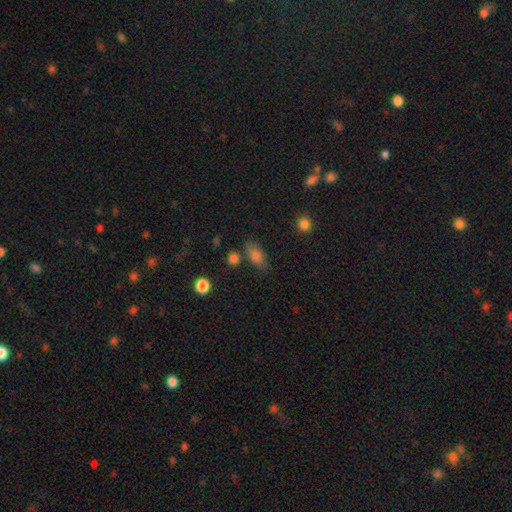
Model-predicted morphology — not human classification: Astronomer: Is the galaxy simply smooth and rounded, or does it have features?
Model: smooth — 79%.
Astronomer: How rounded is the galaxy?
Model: in between — 84%.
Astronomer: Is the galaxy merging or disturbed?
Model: none — 72%.